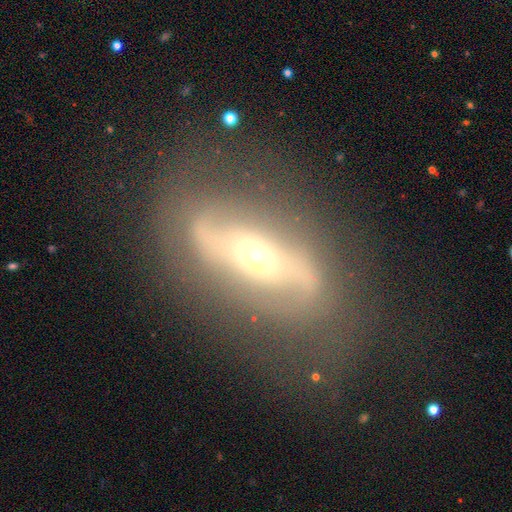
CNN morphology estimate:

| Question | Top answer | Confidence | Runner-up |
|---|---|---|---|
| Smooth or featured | featured or disk | 77% | smooth (15%) |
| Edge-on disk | no | 88% | yes (12%) |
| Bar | no | 40% | strong (35%) |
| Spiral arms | yes | 75% | no (25%) |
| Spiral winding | loose | 39% | medium (37%) |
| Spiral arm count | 2 | 82% | can't tell (11%) |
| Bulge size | small | 58% | moderate (36%) |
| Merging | none | 70% | minor disturbance (16%) |